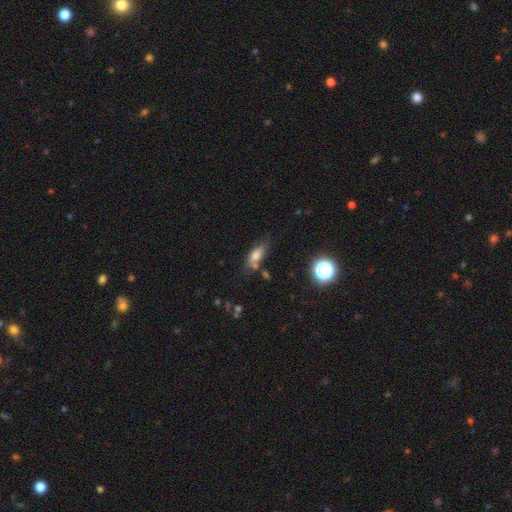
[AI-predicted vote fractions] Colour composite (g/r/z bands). It shows a smooth galaxy with no disk features (71%) that is in between round and cigar-shaped (71%). Merging: none (66%).